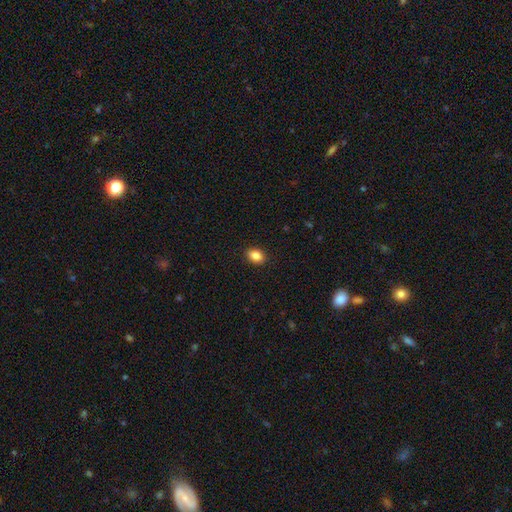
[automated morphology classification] Smooth or featured: smooth — 87% (star or artifact — 9%)
How rounded: in between — 77% (round — 22%)
Merging: none — 90% (minor disturbance — 7%)